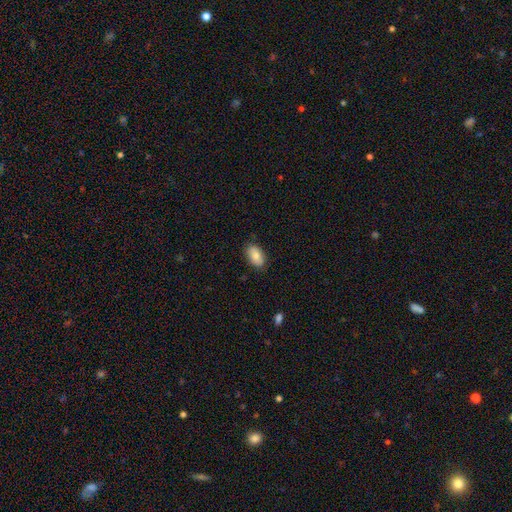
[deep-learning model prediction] A smooth galaxy with no disk features (80%) that is in between round and cigar-shaped (93%).

Vote fractions:
- Smooth or featured? smooth: 80% / featured or disk: 13% / star or artifact: 7%
- How rounded? in between: 93% / round: 6% / cigar-shaped: 1%
- Merging? none: 85% / minor disturbance: 12% / major disturbance: 2% / merger: 1%